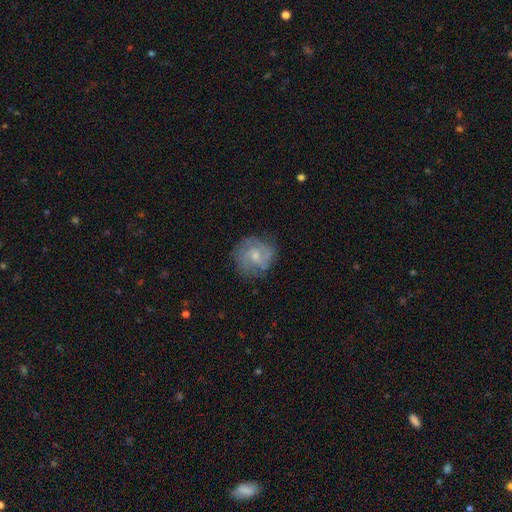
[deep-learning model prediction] This appears to be a featured or disk galaxy (69%) with no bar (50%), 2 (48%) tight (43%, tied with medium) spiral arms (89%) and a small central bulge (50%). Merging: none (74%).